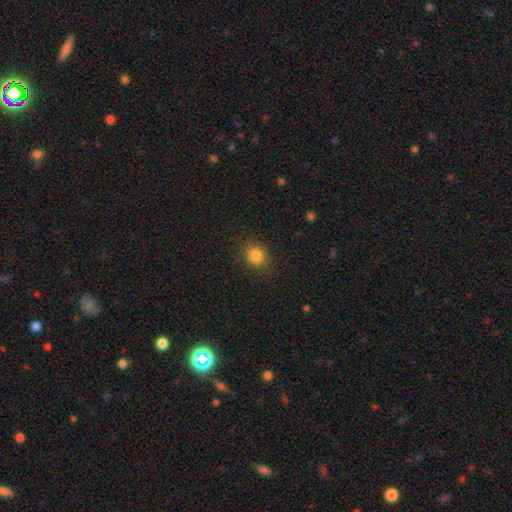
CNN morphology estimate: type=smooth (84%); roundness=round (80%); merging=none (88%).